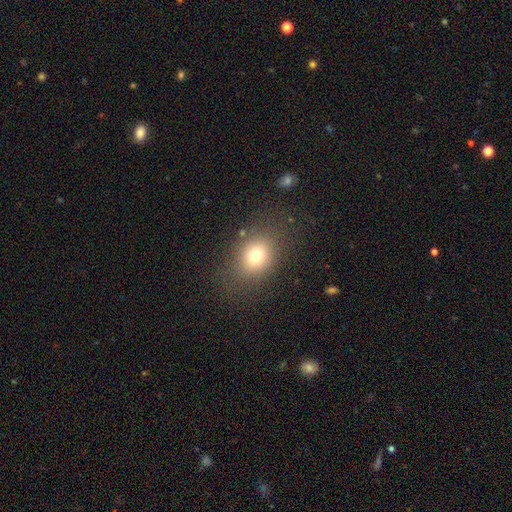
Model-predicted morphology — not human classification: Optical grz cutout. It shows a smooth galaxy with no disk features (73%) that is in between round and cigar-shaped (52%). Merging: none (78%).